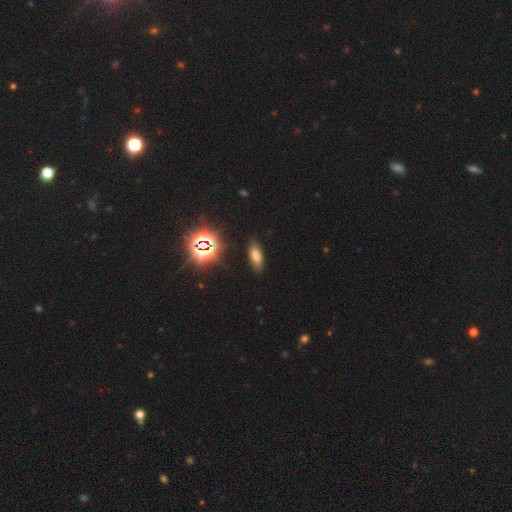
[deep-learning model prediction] Morphology: type=smooth (65%); roundness=in between (73%); merging=none (86%).